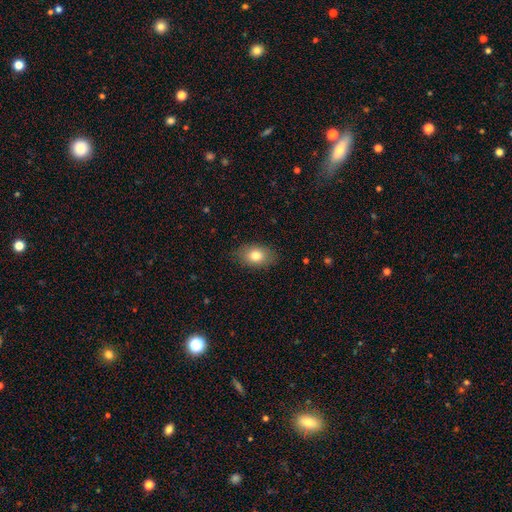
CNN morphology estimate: type=smooth (80%); roundness=in between (83%); merging=none (85%).